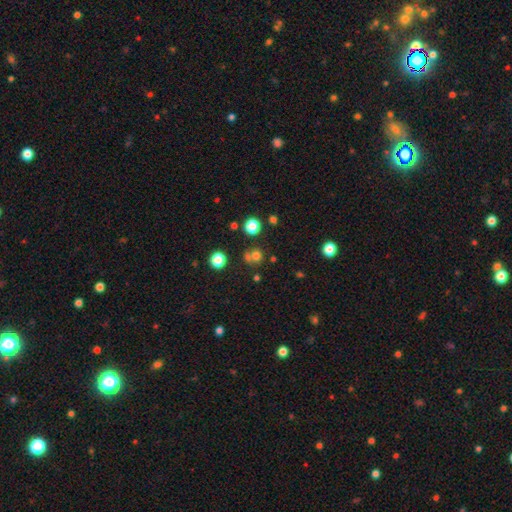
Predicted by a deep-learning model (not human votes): This is likely a smooth galaxy (68%). How rounded: clearly round (85%). Merging: possibly none (56%).